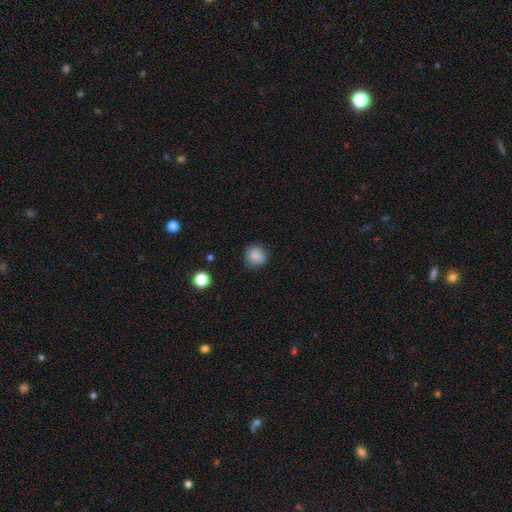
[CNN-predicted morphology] Q: Smooth or featured?
A: smooth (86%); runner-up: star or artifact (10%)
Q: How rounded?
A: round (88%); runner-up: in between (11%)
Q: Merging?
A: none (82%); runner-up: minor disturbance (13%)